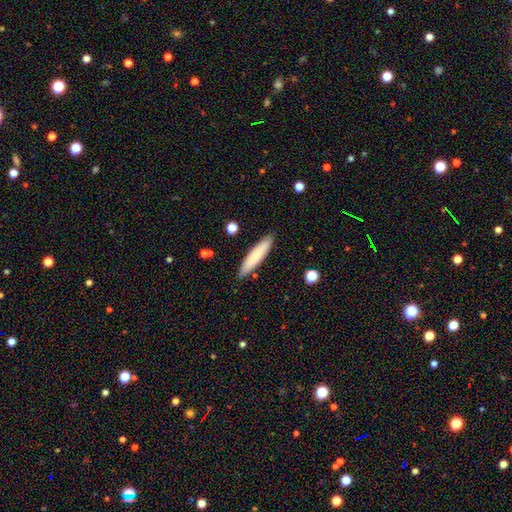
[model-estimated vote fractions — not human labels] A smooth galaxy with no disk features (76%) that is cigar-shaped (82%). Merging: none (88%).